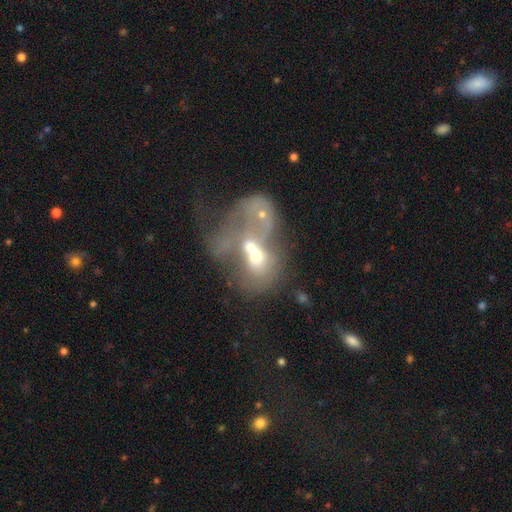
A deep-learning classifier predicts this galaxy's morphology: type=featured or disk (48%); merging=merger (78%).